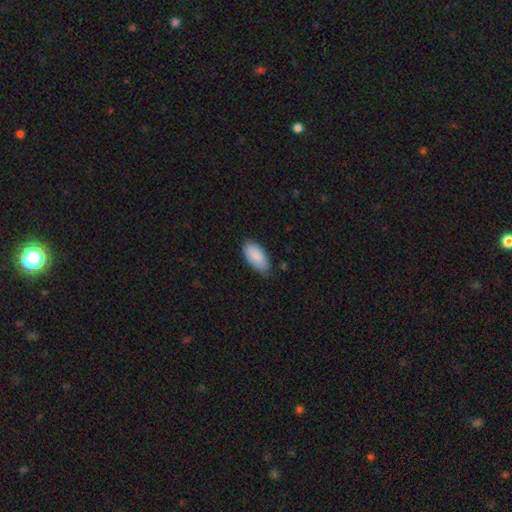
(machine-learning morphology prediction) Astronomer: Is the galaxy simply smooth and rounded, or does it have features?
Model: smooth — 88%.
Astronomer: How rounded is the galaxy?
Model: in between — 93%.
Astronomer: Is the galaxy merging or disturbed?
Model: none — 77%.